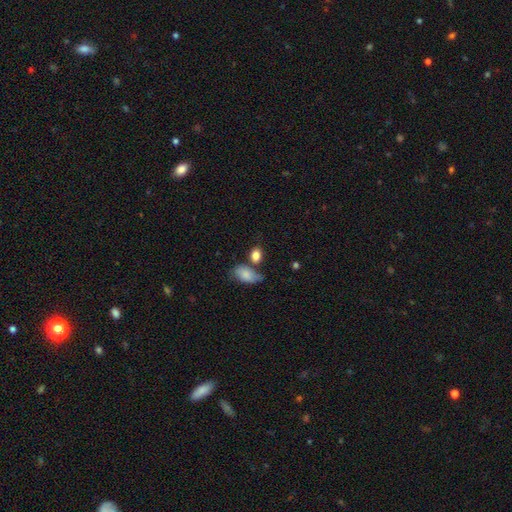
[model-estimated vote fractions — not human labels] This is clearly a smooth galaxy (84%). How rounded: likely in between (71%). Merging: possibly none (55%).